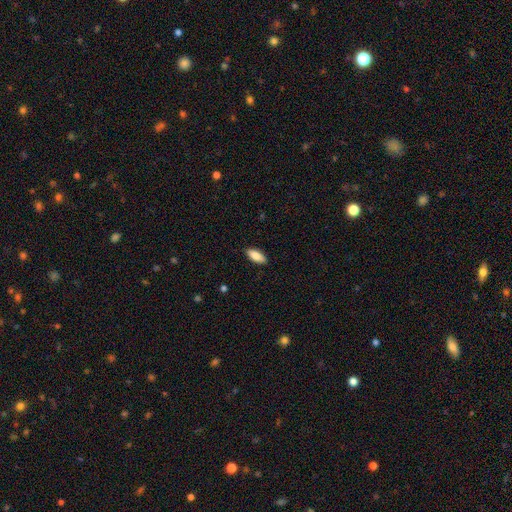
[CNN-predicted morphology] Q: Smooth or featured?
A: smooth (84%); runner-up: featured or disk (10%)
Q: How rounded?
A: in between (81%); runner-up: cigar-shaped (17%)
Q: Merging?
A: none (89%); runner-up: minor disturbance (8%)